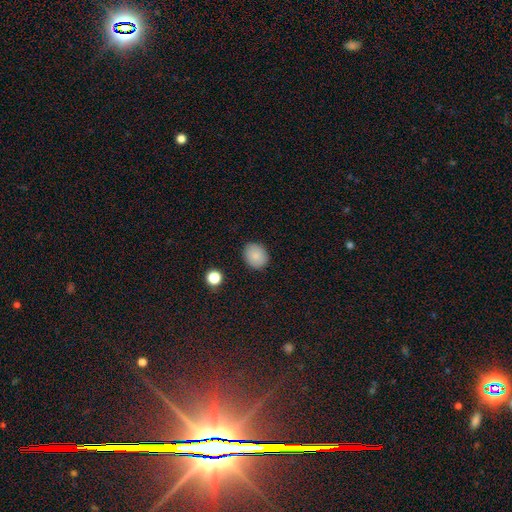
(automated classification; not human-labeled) A smooth galaxy with no disk features (87%) that is round (59%).

Vote fractions:
- Smooth or featured? smooth: 87% / star or artifact: 8% / featured or disk: 5%
- How rounded? round: 59% / in between: 40% / cigar-shaped: 1%
- Merging? none: 89% / minor disturbance: 8% / major disturbance: 2% / merger: 1%